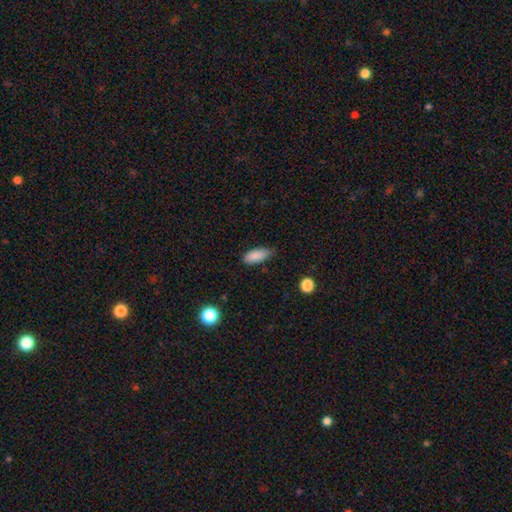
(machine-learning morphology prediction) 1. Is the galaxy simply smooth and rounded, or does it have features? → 87% smooth, 8% star or artifact, 5% featured or disk.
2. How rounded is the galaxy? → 84% in between, 14% cigar-shaped, 2% round.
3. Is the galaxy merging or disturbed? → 67% none, 27% minor disturbance, 4% major disturbance, 1% merger.